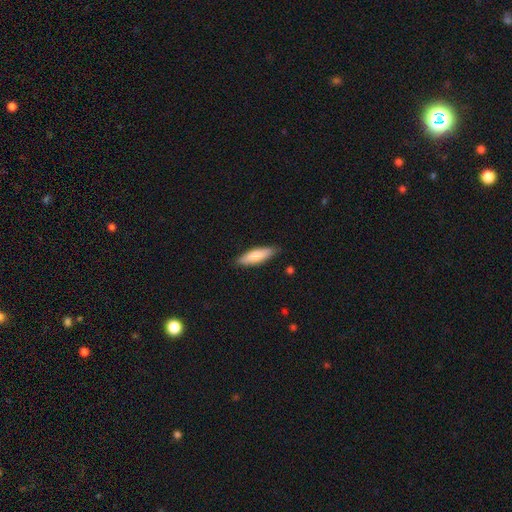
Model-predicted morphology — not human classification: Smooth or featured?
  - smooth: 74% *
  - featured or disk: 20%
  - star or artifact: 6%
How rounded?
  - cigar-shaped: 53% *
  - in between: 46%
  - round: 2%
Merging?
  - none: 84% *
  - minor disturbance: 12%
  - major disturbance: 2%
  - merger: 1%